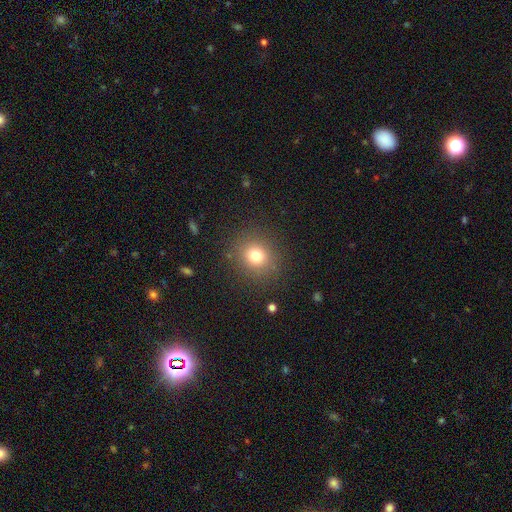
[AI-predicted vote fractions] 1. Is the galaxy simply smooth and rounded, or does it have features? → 76% smooth, 15% star or artifact, 9% featured or disk.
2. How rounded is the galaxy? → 85% round, 14% in between, 1% cigar-shaped.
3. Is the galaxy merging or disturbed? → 87% none, 8% minor disturbance, 4% major disturbance, 1% merger.